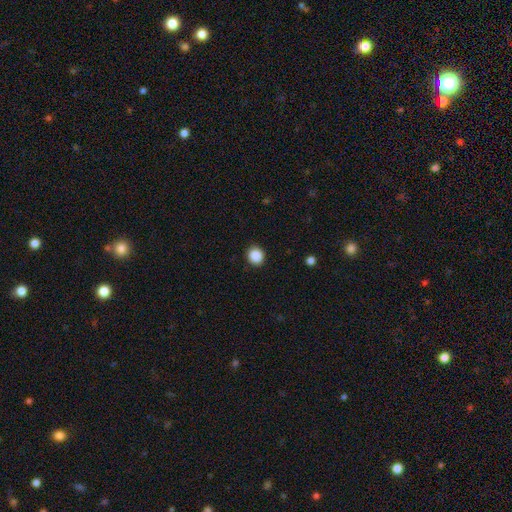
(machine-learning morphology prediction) smooth 88%, star or artifact 10%, featured or disk 3%. Down the decision tree: how rounded — round (84%); merging — none (90%).